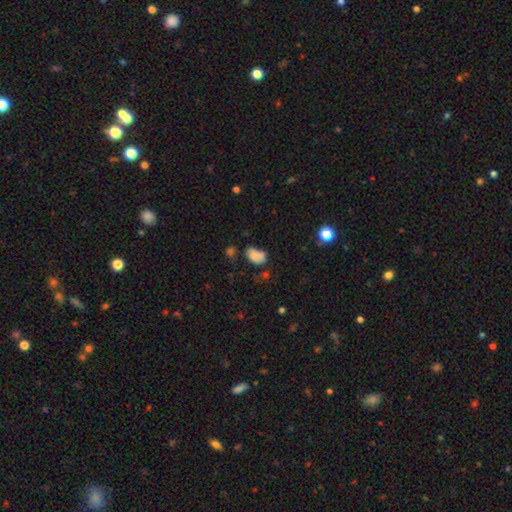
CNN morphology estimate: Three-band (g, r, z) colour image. It shows a smooth galaxy with no disk features (72%) that is in between round and cigar-shaped (83%). Merging: none (37%).